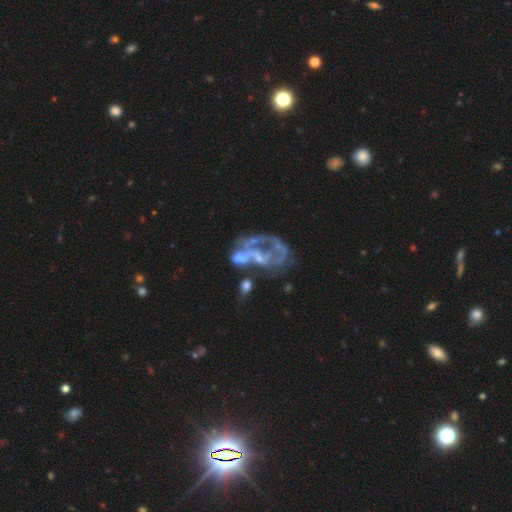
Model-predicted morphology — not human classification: The model was most divided on "merging": merger: 33%, major disturbance: 31%, none: 23%, minor disturbance: 13%. More confident: edge-on disk — no (97%); bar — no (75%); smooth or featured — featured or disk (74%); spiral arms — no (62%); bulge size — none (53%).